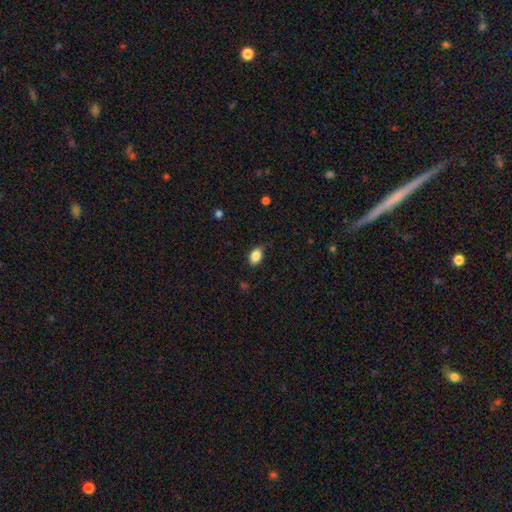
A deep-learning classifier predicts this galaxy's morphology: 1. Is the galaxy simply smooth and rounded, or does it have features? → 87% smooth, 8% star or artifact, 5% featured or disk.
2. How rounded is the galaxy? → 87% in between, 12% round, 1% cigar-shaped.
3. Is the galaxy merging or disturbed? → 79% none, 17% minor disturbance, 3% major disturbance, 1% merger.